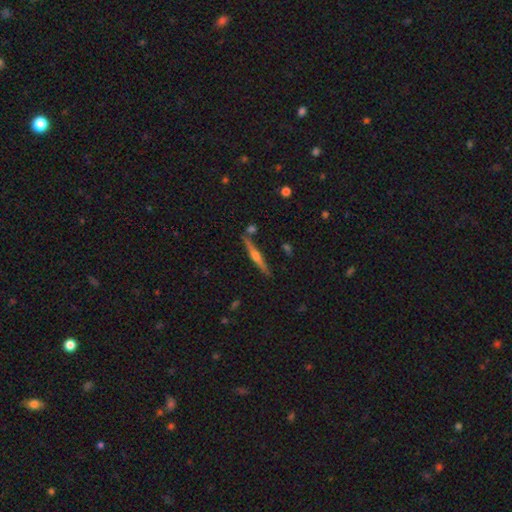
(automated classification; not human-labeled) This is likely a featured or disk galaxy (72%). It is clearly viewed edge-on (97%). Edge-on bulge: clearly rounded (89%). Merging: clearly none (84%).